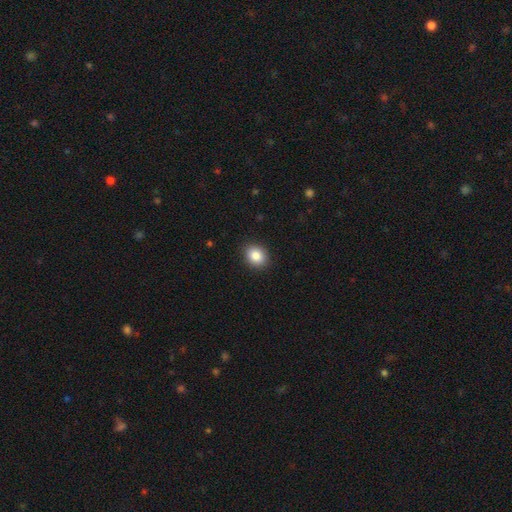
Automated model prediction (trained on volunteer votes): smooth 87%, star or artifact 9%, featured or disk 5%. Down the decision tree: how rounded — round (51%); merging — none (90%).